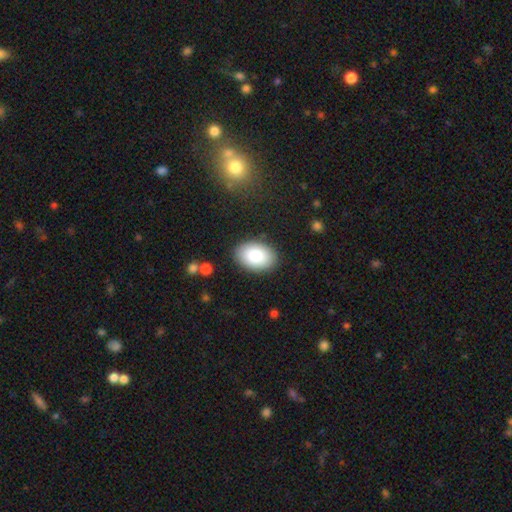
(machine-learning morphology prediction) This appears to be a smooth galaxy with no disk features (85%) that is in between round and cigar-shaped (86%). Merging: none (88%).